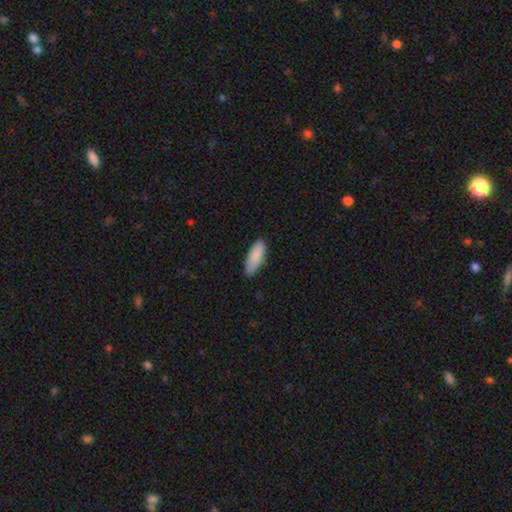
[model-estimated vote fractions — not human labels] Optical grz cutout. It shows a smooth galaxy with no disk features (89%) that is in between round and cigar-shaped (68%). Merging: none (78%).